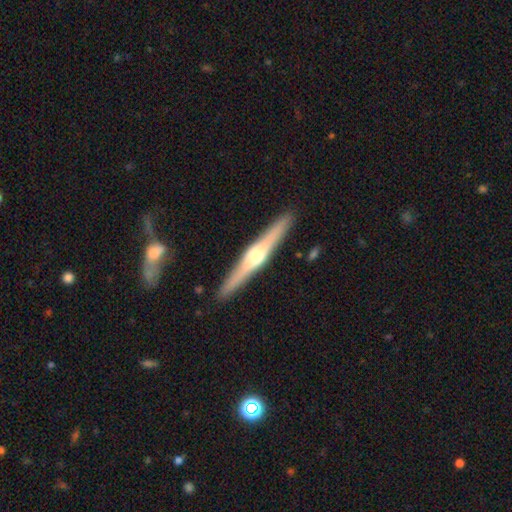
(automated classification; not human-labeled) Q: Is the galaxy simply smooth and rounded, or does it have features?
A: featured or disk — 72%.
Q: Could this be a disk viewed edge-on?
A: yes — 98%.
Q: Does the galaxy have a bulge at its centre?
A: rounded — 84%.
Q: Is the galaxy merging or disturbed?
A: none — 91%.